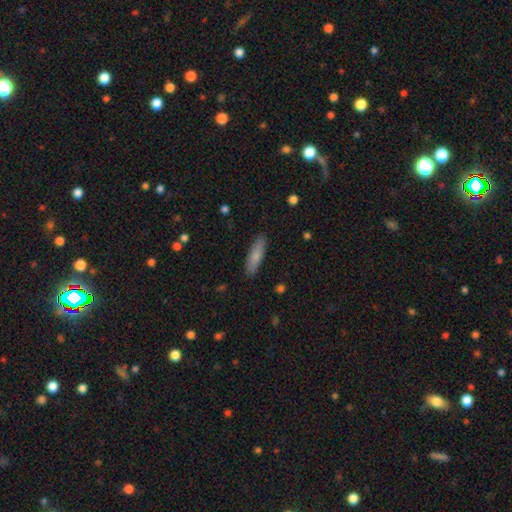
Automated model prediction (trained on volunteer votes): Q: Smooth or featured?
A: smooth (80%); runner-up: featured or disk (14%)
Q: How rounded?
A: cigar-shaped (64%); runner-up: in between (35%)
Q: Merging?
A: none (88%); runner-up: minor disturbance (9%)